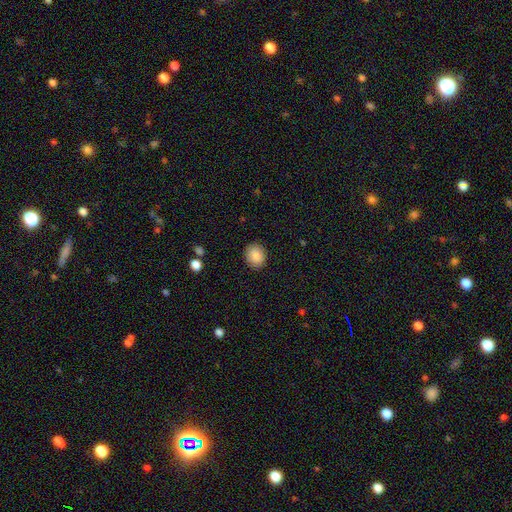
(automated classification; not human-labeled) smooth_or_featured: smooth (p=0.88) [alt: star or artifact p=0.08]
how_rounded: round (p=0.62) [alt: in between p=0.37]
merging: none (p=0.89) [alt: minor disturbance p=0.08]